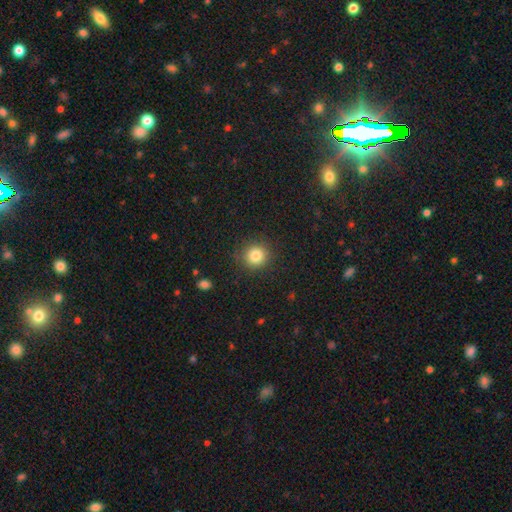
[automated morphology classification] type=smooth (83%); roundness=round (92%); merging=none (89%).